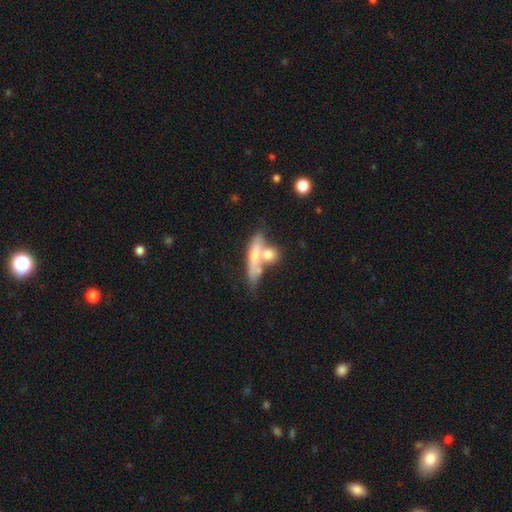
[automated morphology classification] A smooth galaxy with no disk features (48%).

Vote fractions:
- Smooth or featured? smooth: 48% / featured or disk: 44% / star or artifact: 8%
- Merging? none: 41% / merger: 38% / minor disturbance: 14% / major disturbance: 7%